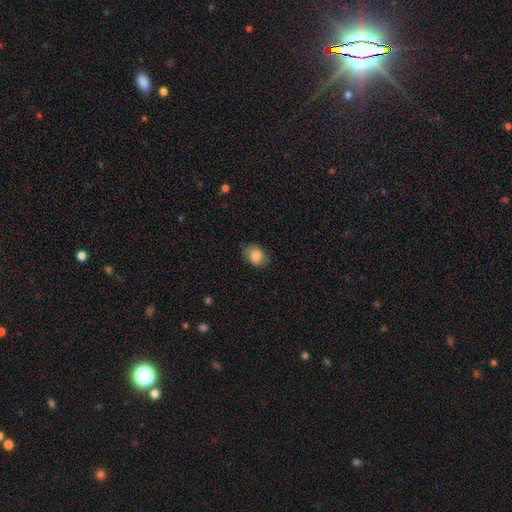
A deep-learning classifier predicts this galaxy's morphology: A smooth galaxy with no disk features (81%) that is in between round and cigar-shaped (64%).

Vote fractions:
- Smooth or featured? smooth: 81% / featured or disk: 11% / star or artifact: 8%
- How rounded? in between: 64% / round: 35% / cigar-shaped: 1%
- Merging? none: 78% / minor disturbance: 17% / major disturbance: 4% / merger: 1%